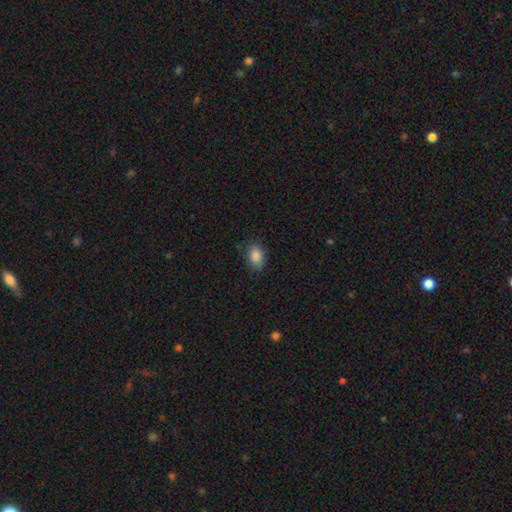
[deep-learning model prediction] This is clearly a smooth galaxy (87%). How rounded: likely in between (78%). Merging: clearly none (81%).